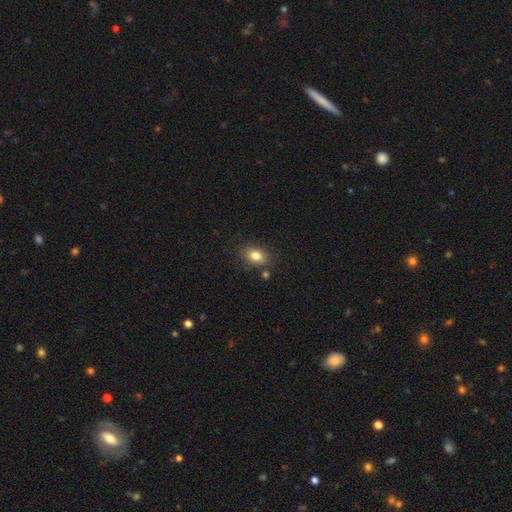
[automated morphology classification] A smooth galaxy with no disk features (81%) that is in between round and cigar-shaped (72%). Merging: none (79%).